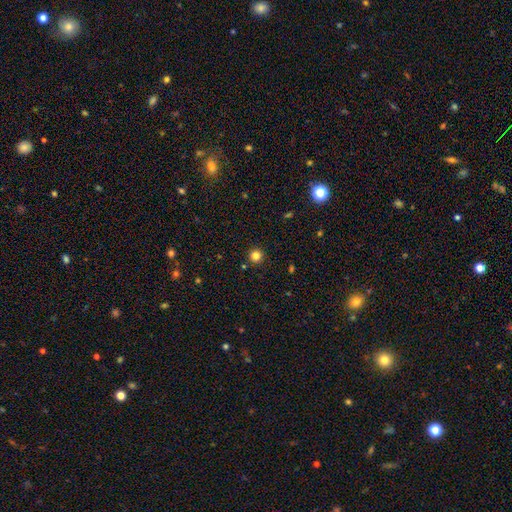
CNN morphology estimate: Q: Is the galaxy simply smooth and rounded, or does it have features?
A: smooth — 82%.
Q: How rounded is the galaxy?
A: round — 96%.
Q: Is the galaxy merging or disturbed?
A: none — 92%.